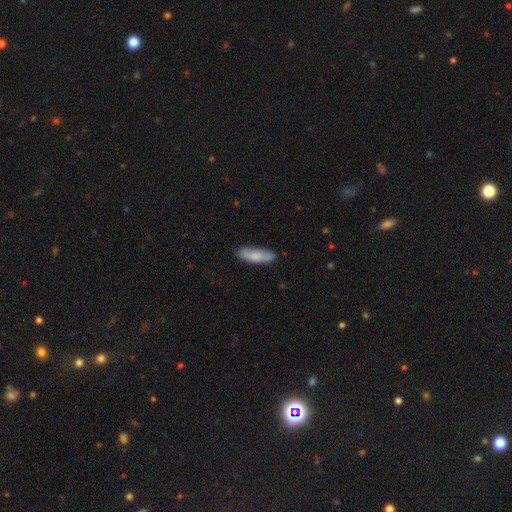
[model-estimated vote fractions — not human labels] A smooth galaxy with no disk features (76%) that is in between round and cigar-shaped (53%). Merging: none (82%).